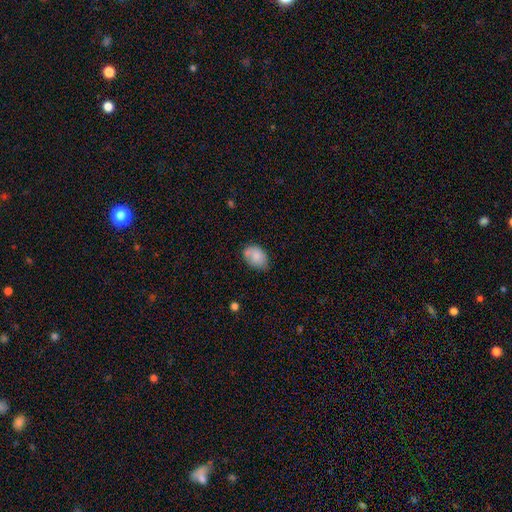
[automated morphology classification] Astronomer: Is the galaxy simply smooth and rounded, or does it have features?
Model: smooth — 80%.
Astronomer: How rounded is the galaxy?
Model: in between — 82%.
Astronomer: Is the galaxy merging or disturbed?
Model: none — 61%.